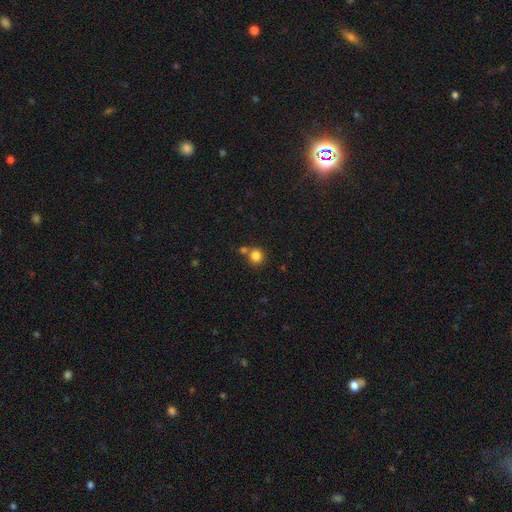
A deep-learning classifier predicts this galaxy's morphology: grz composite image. It shows a smooth galaxy with no disk features (83%) that is round (91%). Merging: none (66%).